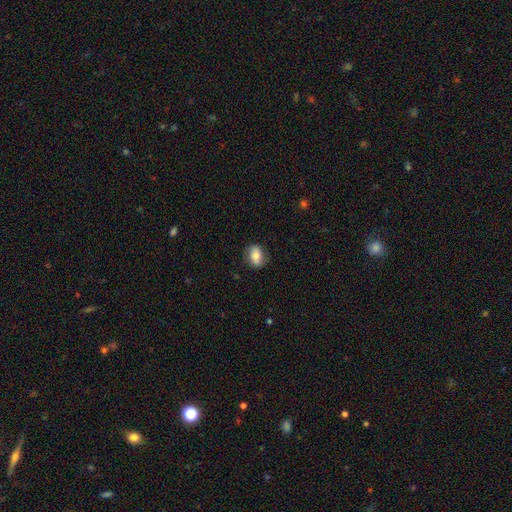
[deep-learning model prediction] A smooth galaxy with no disk features (75%) that is in between round and cigar-shaped (69%).

Vote fractions:
- Smooth or featured? smooth: 75% / featured or disk: 17% / star or artifact: 8%
- How rounded? in between: 69% / round: 30% / cigar-shaped: 2%
- Merging? none: 83% / minor disturbance: 13% / major disturbance: 3% / merger: 1%